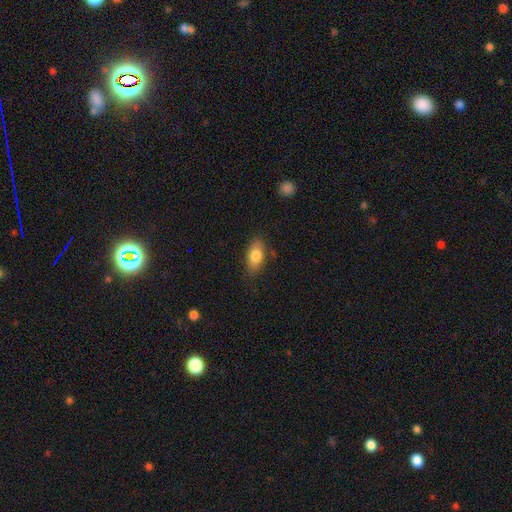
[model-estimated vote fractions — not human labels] Smooth or featured? smooth (79%)
How rounded? in between (87%)
Merging? none (81%)